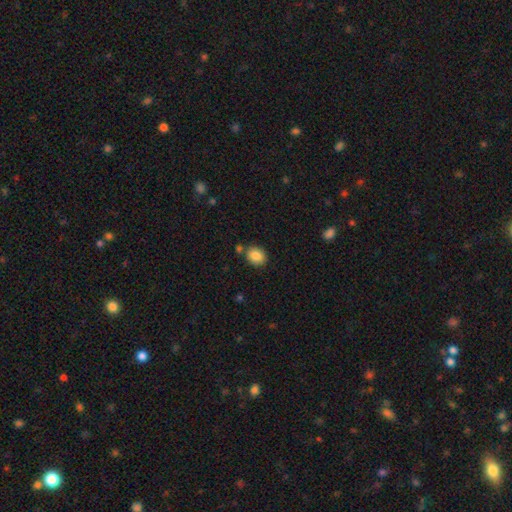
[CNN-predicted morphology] Smooth or featured: smooth — 86% (star or artifact — 8%)
How rounded: round — 51% (in between — 48%)
Merging: none — 76% (minor disturbance — 12%)